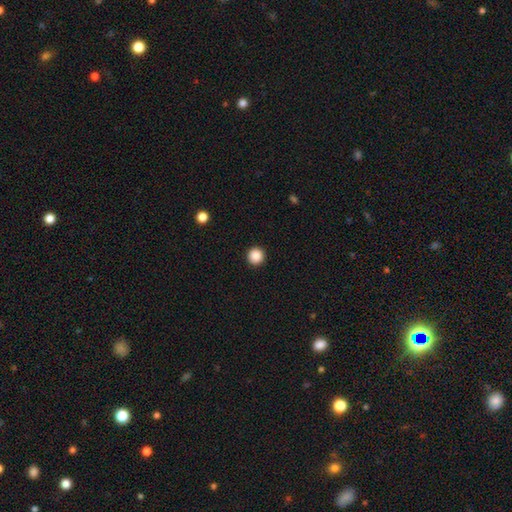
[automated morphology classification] A smooth galaxy with no disk features (88%) that is round (96%).

Vote fractions:
- Smooth or featured? smooth: 88% / star or artifact: 10% / featured or disk: 2%
- How rounded? round: 96% / in between: 3% / cigar-shaped: 1%
- Merging? none: 94% / minor disturbance: 4% / major disturbance: 1% / merger: 1%